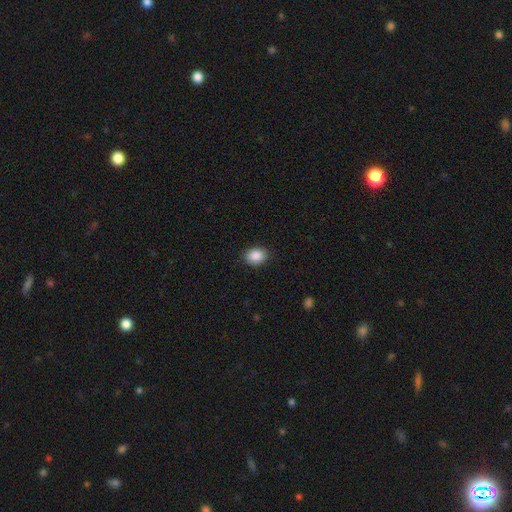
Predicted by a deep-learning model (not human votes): Overall: smooth (89%). How rounded: in between (56%; round 43%). Merging: none (86%).